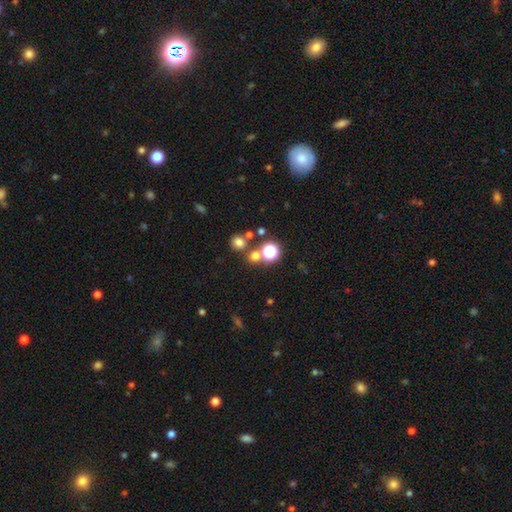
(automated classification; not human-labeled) The model was most divided on "smooth or featured": smooth: 64%, star or artifact: 28%, featured or disk: 8%. More confident: how rounded — round (87%); merging — none (68%).